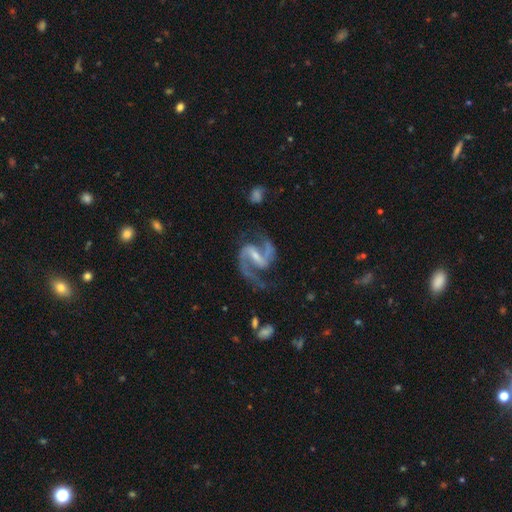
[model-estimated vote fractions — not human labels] Q: Smooth or featured?
A: featured or disk (93%); runner-up: star or artifact (4%)
Q: Edge-on disk?
A: no (98%); runner-up: yes (2%)
Q: Bar?
A: strong (56%); runner-up: weak (34%)
Q: Spiral arms?
A: yes (98%); runner-up: no (2%)
Q: Spiral winding?
A: medium (64%); runner-up: loose (23%)
Q: Spiral arm count?
A: 2 (94%); runner-up: 1 (1%)
Q: Bulge size?
A: small (57%); runner-up: moderate (30%)
Q: Merging?
A: none (74%); runner-up: minor disturbance (15%)